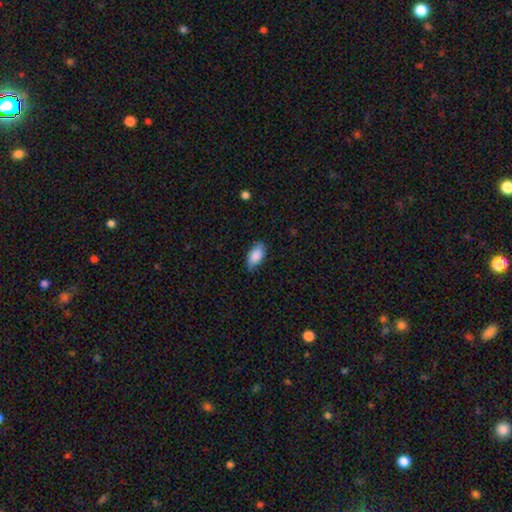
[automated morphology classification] This is clearly a smooth galaxy (86%). How rounded: clearly in between (93%). Merging: likely none (73%).